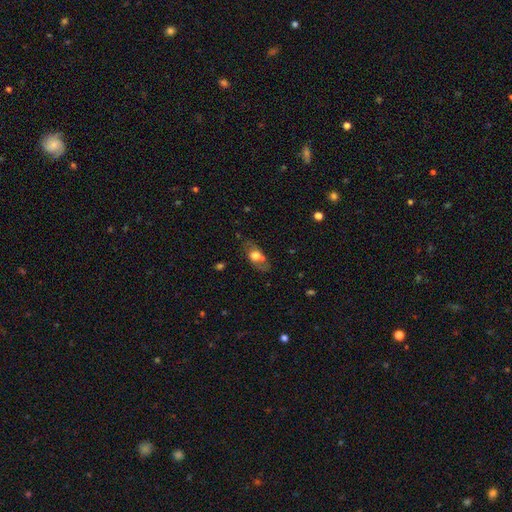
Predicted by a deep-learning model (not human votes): This is possibly a smooth galaxy (56%). How rounded: likely in between (75%). Merging: possibly none (54%).